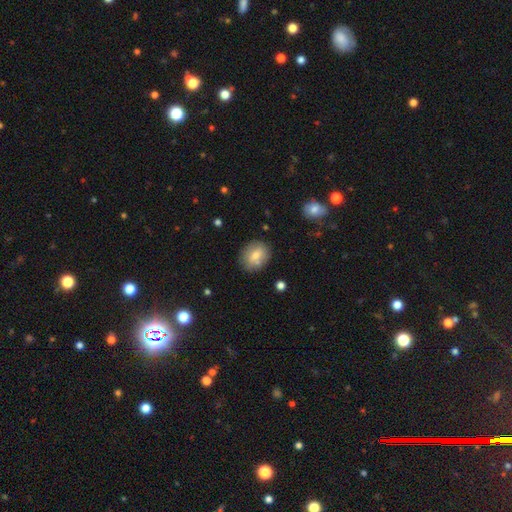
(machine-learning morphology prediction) Smooth or featured? Predicted: smooth (p=0.69). How rounded? Predicted: round (p=0.51). Merging? Predicted: none (p=0.74).